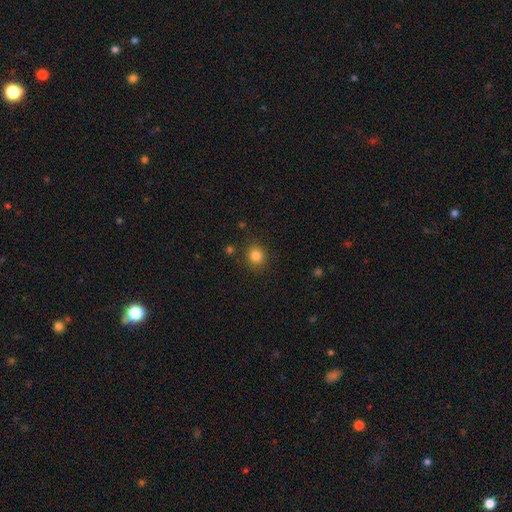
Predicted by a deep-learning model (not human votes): Q: Smooth or featured?
A: smooth (83%); runner-up: star or artifact (12%)
Q: How rounded?
A: round (79%); runner-up: in between (20%)
Q: Merging?
A: none (86%); runner-up: minor disturbance (9%)